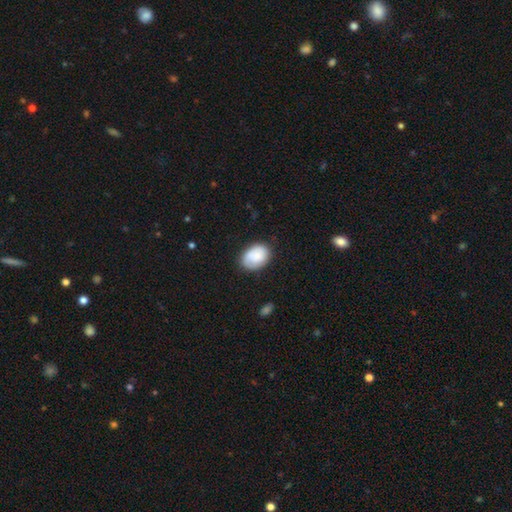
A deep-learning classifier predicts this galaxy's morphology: This appears to be a smooth galaxy with no disk features (80%) that is in between round and cigar-shaped (77%). Merging: none (74%).